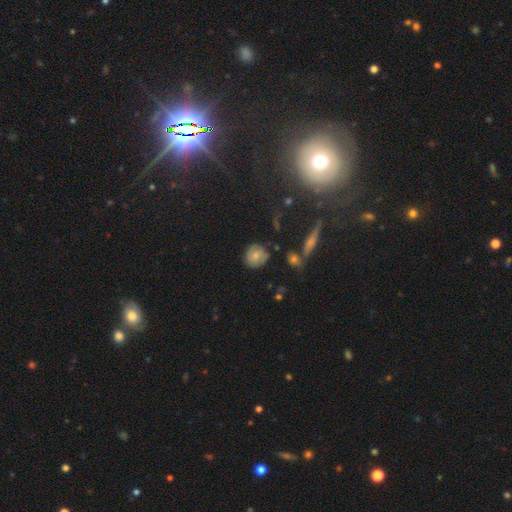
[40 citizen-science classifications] smooth 65%, featured or disk 30%, star or artifact 5%. Down the decision tree: how rounded — round (92%); merging — minor disturbance (45%).